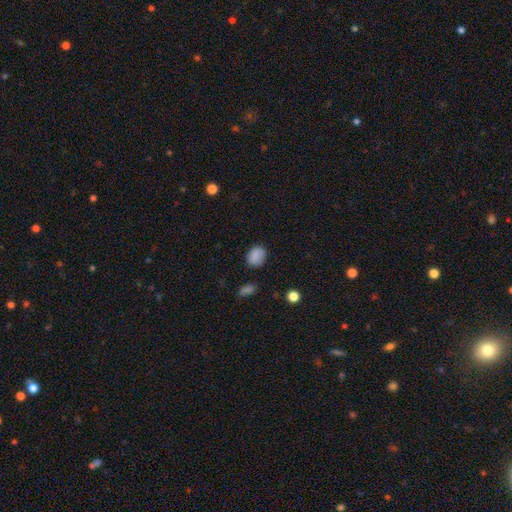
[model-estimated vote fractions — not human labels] This is clearly a smooth galaxy (85%). How rounded: possibly in between (52%). Merging: likely none (79%).